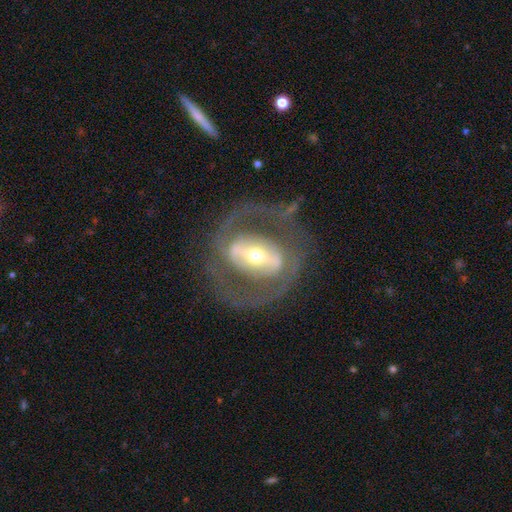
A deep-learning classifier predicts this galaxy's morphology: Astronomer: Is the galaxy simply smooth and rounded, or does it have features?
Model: featured or disk — 84%.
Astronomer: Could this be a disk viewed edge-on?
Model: no — 95%.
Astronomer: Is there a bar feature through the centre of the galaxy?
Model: strong — 53% (runner-up: weak, 28%).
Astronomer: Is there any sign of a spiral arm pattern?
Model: yes — 76%.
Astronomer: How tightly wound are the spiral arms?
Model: medium — 47% (runner-up: tight, 34%).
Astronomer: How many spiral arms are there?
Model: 2 — 82%.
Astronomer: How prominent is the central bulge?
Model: moderate — 54% (runner-up: small, 36%).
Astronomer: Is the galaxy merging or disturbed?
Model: none — 69%.